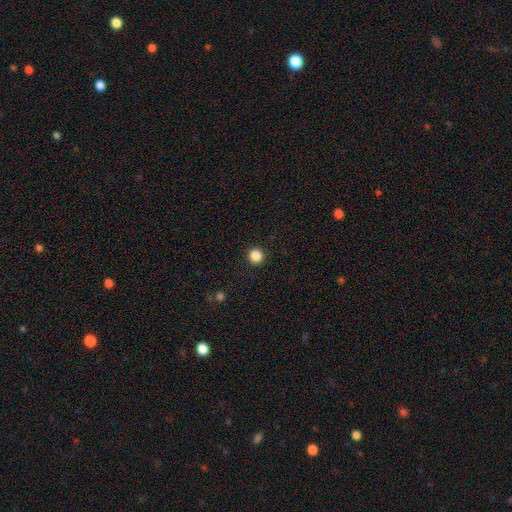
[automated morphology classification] This appears to be a smooth galaxy with no disk features (86%) that is round (94%). Merging: none (93%).